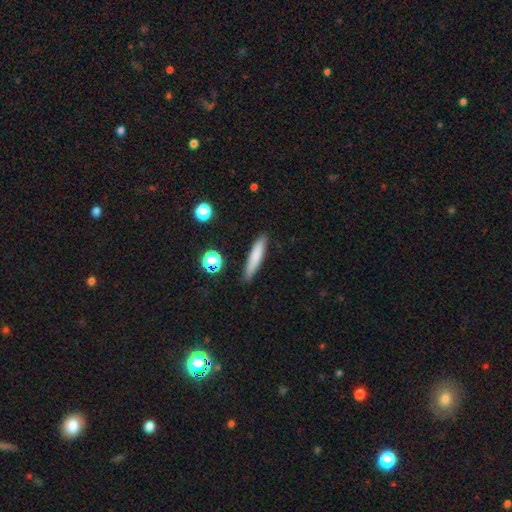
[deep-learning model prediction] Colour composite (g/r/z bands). It shows a smooth galaxy with no disk features (78%) that is cigar-shaped (87%). Merging: none (88%).